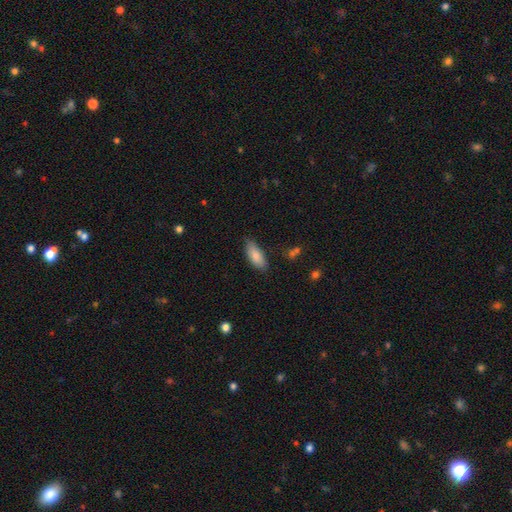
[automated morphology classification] smooth-or-featured: smooth: 85% | featured or disk: 9% | star or artifact: 6%
  how-rounded: in between: 81% | cigar-shaped: 17% | round: 2%
  merging: none: 80% | minor disturbance: 15% | major disturbance: 3% | merger: 2%